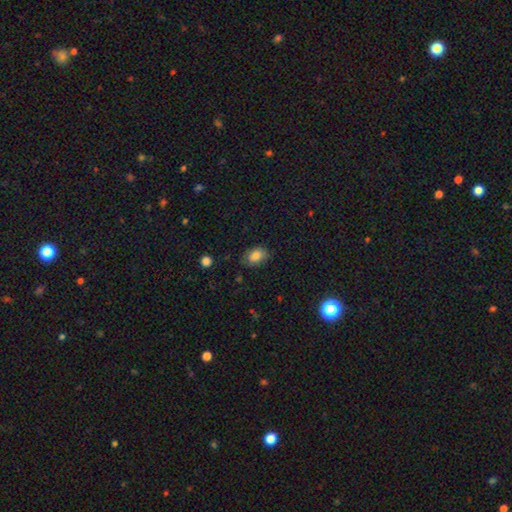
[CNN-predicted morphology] Smooth or featured: smooth — 83% (star or artifact — 9%)
How rounded: in between — 84% (round — 15%)
Merging: none — 77% (minor disturbance — 18%)